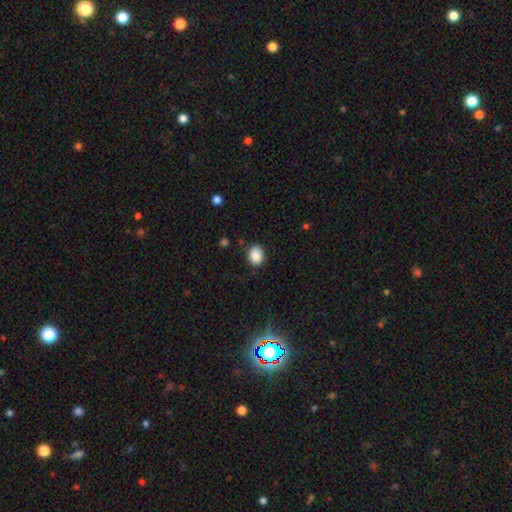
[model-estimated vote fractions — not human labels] The model was most divided on "how rounded": in between: 58%, round: 41%, cigar-shaped: 1%. More confident: smooth or featured — smooth (88%); merging — none (84%).